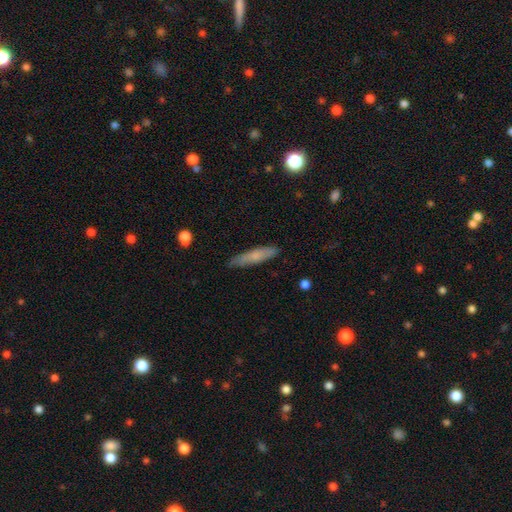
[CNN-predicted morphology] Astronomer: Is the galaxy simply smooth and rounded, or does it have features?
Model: smooth — 66%.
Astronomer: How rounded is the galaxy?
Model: cigar-shaped — 86%.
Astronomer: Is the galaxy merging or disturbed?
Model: none — 83%.